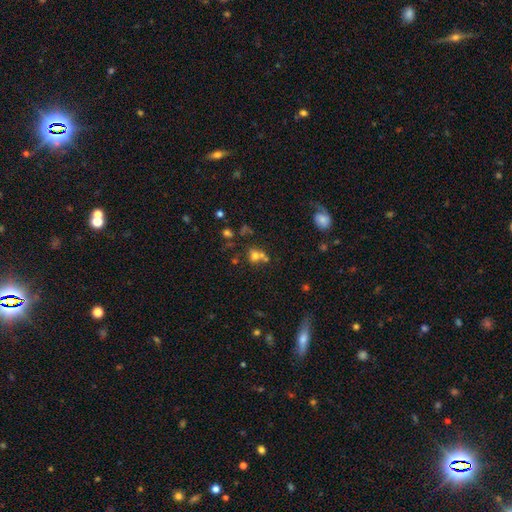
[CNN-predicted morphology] smooth-or-featured: smooth: 64% | star or artifact: 19% | featured or disk: 18%
  how-rounded: round: 70% | in between: 29% | cigar-shaped: 1%
  merging: merger: 47% | none: 38% | minor disturbance: 9% | major disturbance: 6%